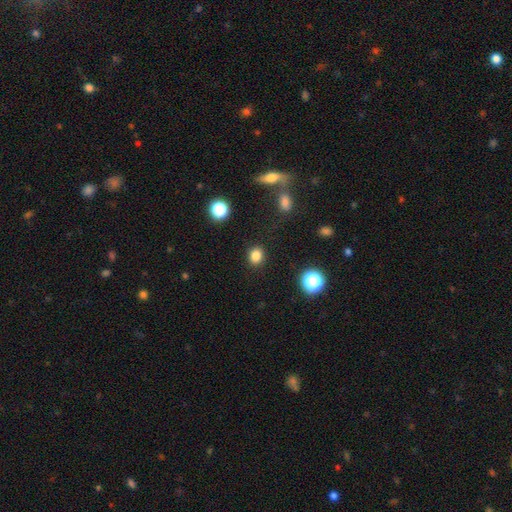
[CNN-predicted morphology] Q: Smooth or featured?
A: smooth (83%); runner-up: star or artifact (13%)
Q: How rounded?
A: round (71%); runner-up: in between (28%)
Q: Merging?
A: none (89%); runner-up: minor disturbance (7%)